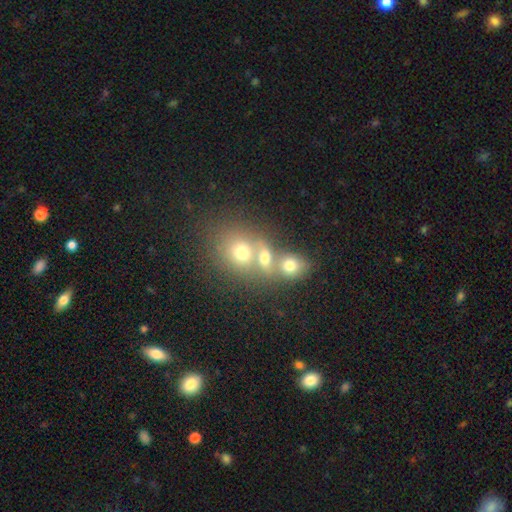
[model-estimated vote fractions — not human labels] This appears to be a smooth galaxy with no disk features (57%) that is round (69%). Merging: merger (54%).